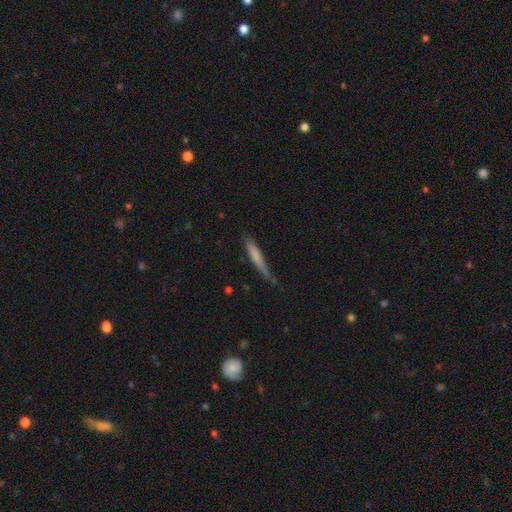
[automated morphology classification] A smooth galaxy with no disk features (69%) that is cigar-shaped (94%).

Vote fractions:
- Smooth or featured? smooth: 69% / featured or disk: 25% / star or artifact: 6%
- How rounded? cigar-shaped: 94% / in between: 5% / round: 1%
- Merging? none: 66% / minor disturbance: 26% / major disturbance: 5% / merger: 3%